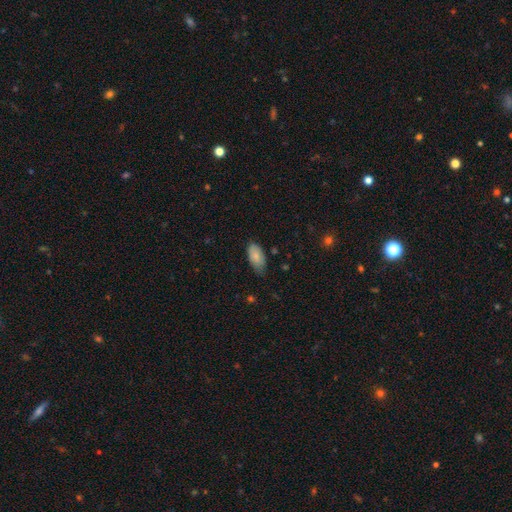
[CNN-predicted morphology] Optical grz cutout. It shows a smooth galaxy with no disk features (83%) that is in between round and cigar-shaped (94%). Merging: none (67%).